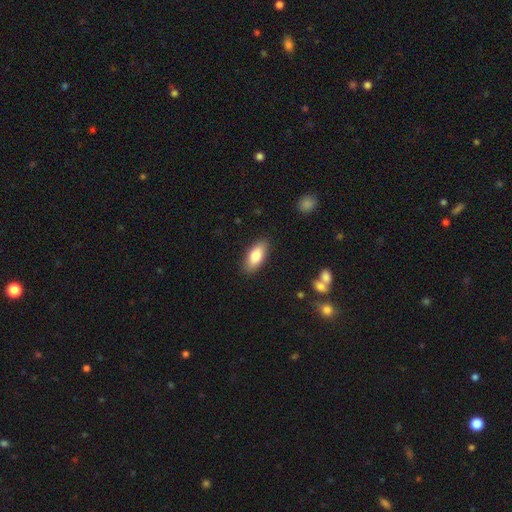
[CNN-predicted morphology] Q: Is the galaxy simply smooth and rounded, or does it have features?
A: smooth — 80%.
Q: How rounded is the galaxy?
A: in between — 83%.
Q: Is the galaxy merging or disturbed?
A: none — 87%.